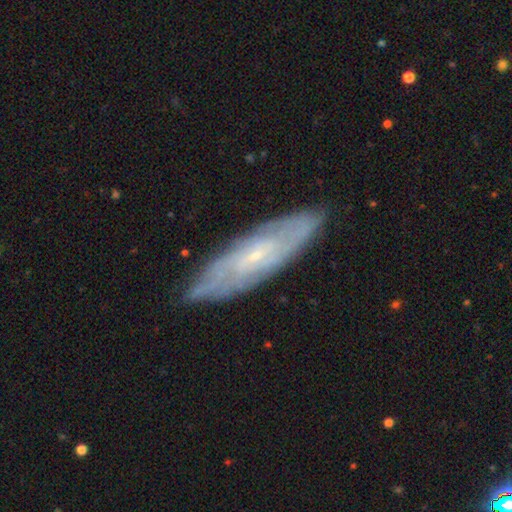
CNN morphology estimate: A featured or disk galaxy (72%) with no bar (60%), spiral arms (84%) and a small central bulge (83%). Merging: none (84%).